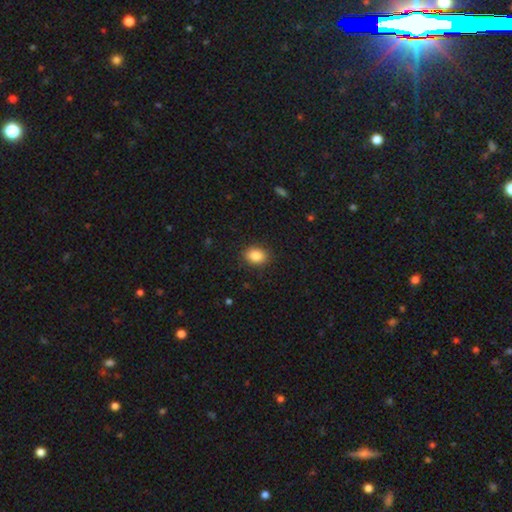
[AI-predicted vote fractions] Smooth or featured: smooth — 86% (star or artifact — 9%)
How rounded: in between — 65% (round — 34%)
Merging: none — 89% (minor disturbance — 8%)